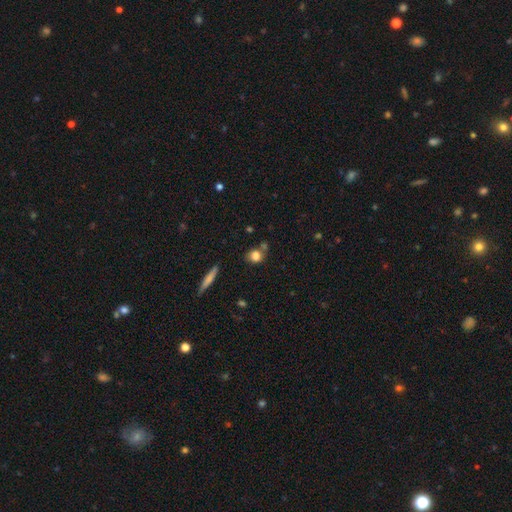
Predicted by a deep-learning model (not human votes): A smooth galaxy with no disk features (81%) that is round (72%).

Vote fractions:
- Smooth or featured? smooth: 81% / star or artifact: 10% / featured or disk: 9%
- How rounded? round: 72% / in between: 25% / cigar-shaped: 3%
- Merging? none: 61% / merger: 20% / minor disturbance: 15% / major disturbance: 5%